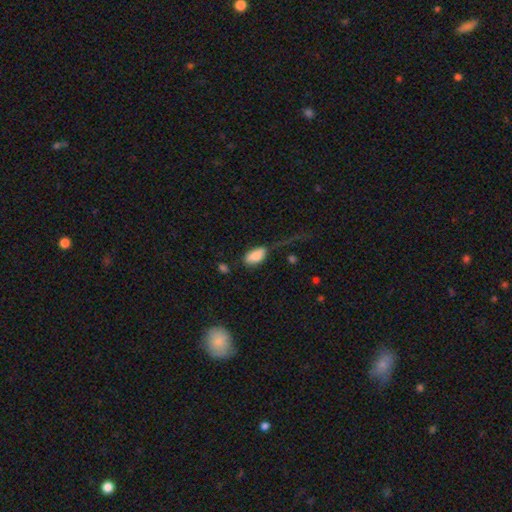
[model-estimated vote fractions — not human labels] This appears to be a smooth galaxy with no disk features (86%) that is in between round and cigar-shaped (93%). Merging: none (52%).